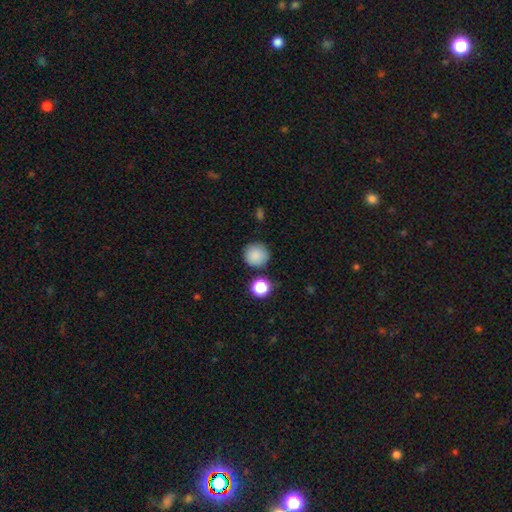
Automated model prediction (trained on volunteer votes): The model was most divided on "merging": none: 83%, minor disturbance: 9%, merger: 5%, major disturbance: 3%. More confident: how rounded — round (94%); smooth or featured — smooth (86%).